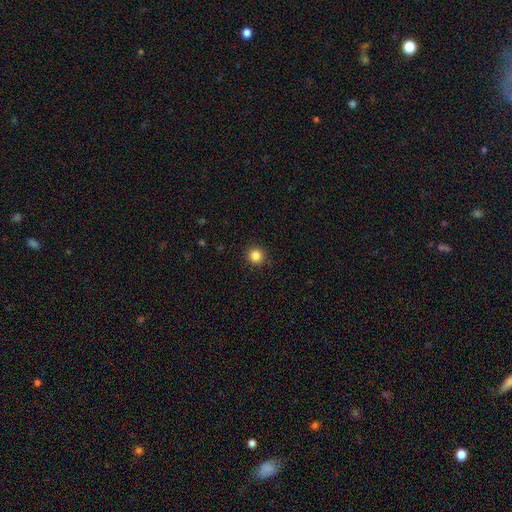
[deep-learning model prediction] This is clearly a smooth galaxy (85%). How rounded: clearly round (94%). Merging: clearly none (92%).